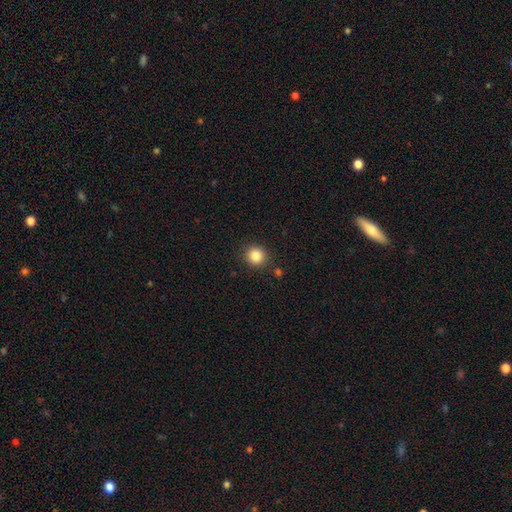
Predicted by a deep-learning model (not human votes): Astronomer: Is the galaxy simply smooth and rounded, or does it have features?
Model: smooth — 85%.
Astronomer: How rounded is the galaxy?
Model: round — 91%.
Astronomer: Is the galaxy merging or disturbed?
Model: none — 89%.